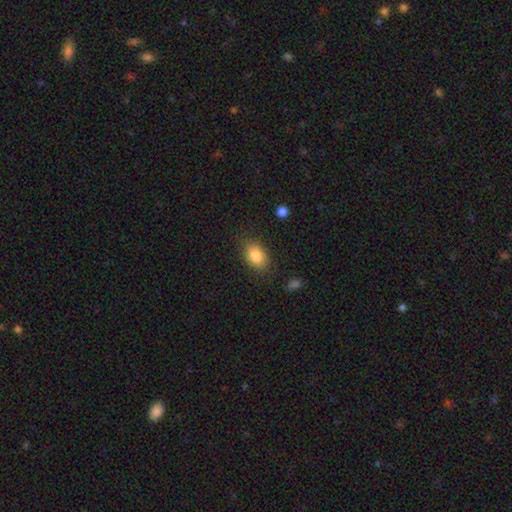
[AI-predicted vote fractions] smooth_or_featured: smooth (p=0.84) [alt: star or artifact p=0.08]
how_rounded: in between (p=0.79) [alt: round p=0.20]
merging: none (p=0.82) [alt: minor disturbance p=0.13]